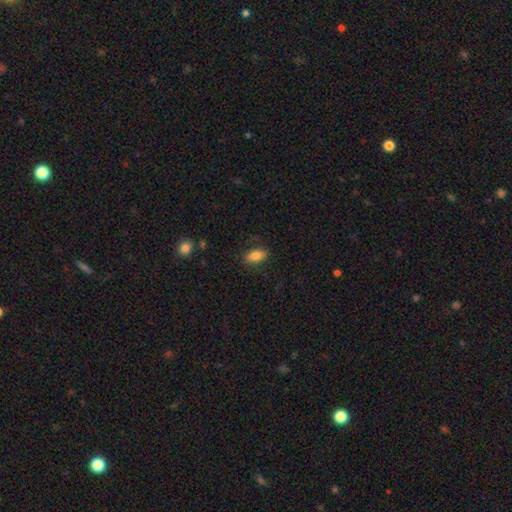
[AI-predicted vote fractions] Smooth or featured? smooth (80%)
How rounded? in between (87%)
Merging? none (83%)